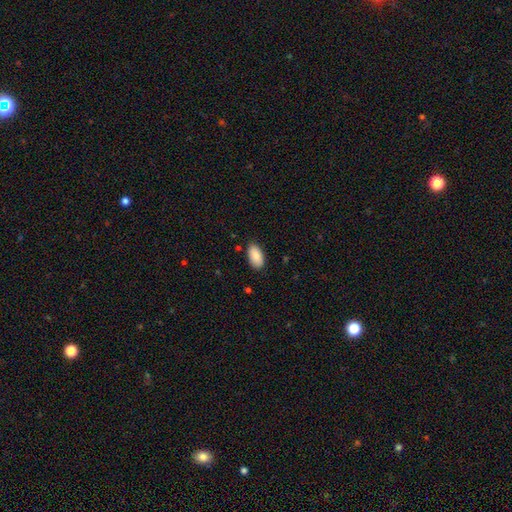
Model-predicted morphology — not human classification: Smooth or featured? Predicted: smooth (p=0.89). How rounded? Predicted: in between (p=0.96). Merging? Predicted: none (p=0.85).